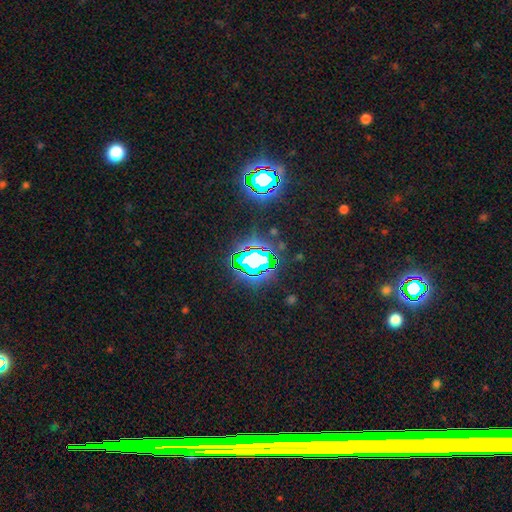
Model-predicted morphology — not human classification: type=star or artifact (71%).